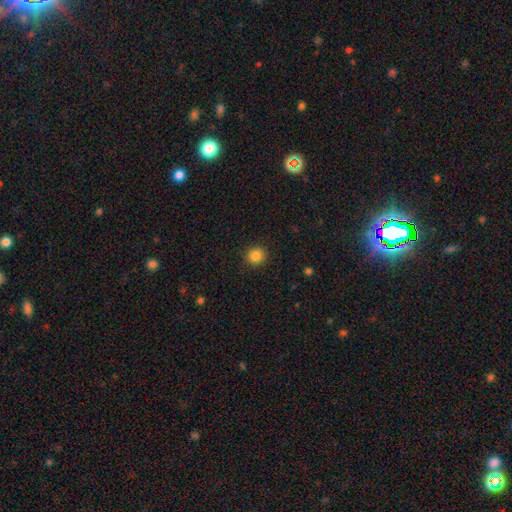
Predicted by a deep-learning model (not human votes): A smooth galaxy with no disk features (85%) that is round (91%).

Vote fractions:
- Smooth or featured? smooth: 85% / star or artifact: 11% / featured or disk: 4%
- How rounded? round: 91% / in between: 8% / cigar-shaped: 1%
- Merging? none: 91% / minor disturbance: 6% / major disturbance: 2% / merger: 1%